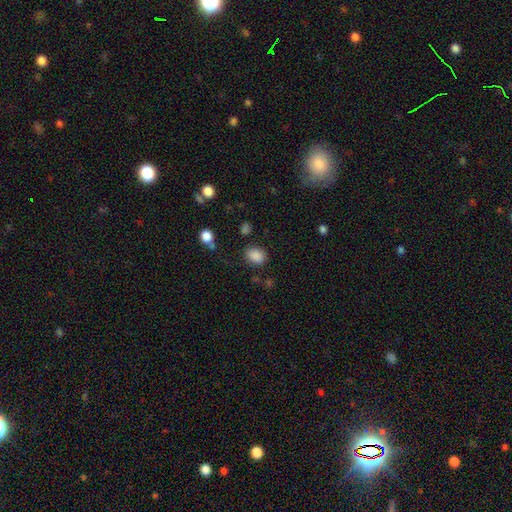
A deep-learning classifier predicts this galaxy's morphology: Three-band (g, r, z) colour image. It shows a smooth galaxy with no disk features (86%) that is in between round and cigar-shaped (66%). Merging: none (80%).